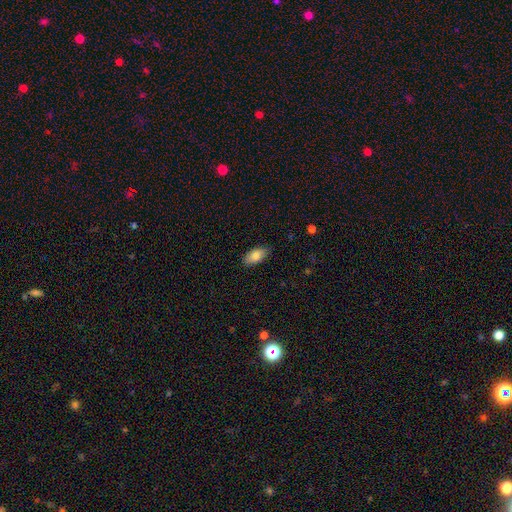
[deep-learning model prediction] Morphology: type=smooth (83%); roundness=in between (92%); merging=none (85%).